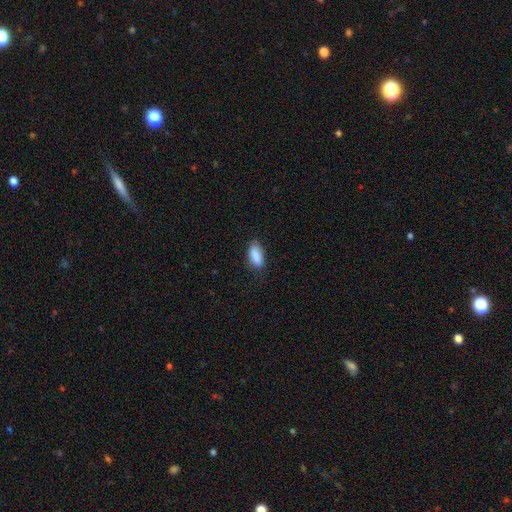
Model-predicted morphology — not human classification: smooth-or-featured: smooth: 88% | star or artifact: 7% | featured or disk: 5%
  how-rounded: in between: 85% | cigar-shaped: 12% | round: 2%
  merging: none: 76% | minor disturbance: 19% | major disturbance: 4% | merger: 1%